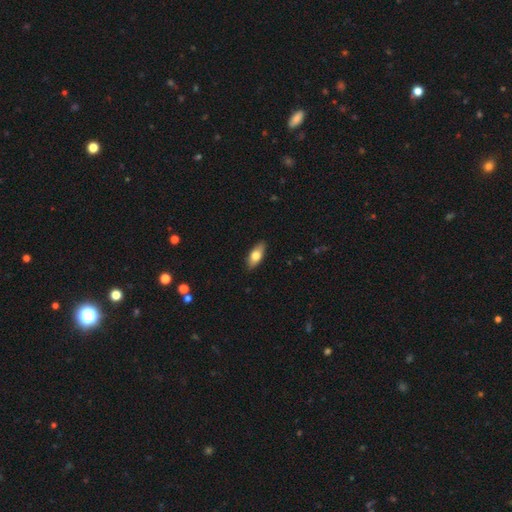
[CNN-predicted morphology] smooth 73%, featured or disk 21%, star or artifact 6%. Down the decision tree: how rounded — in between (81%); merging — none (88%).